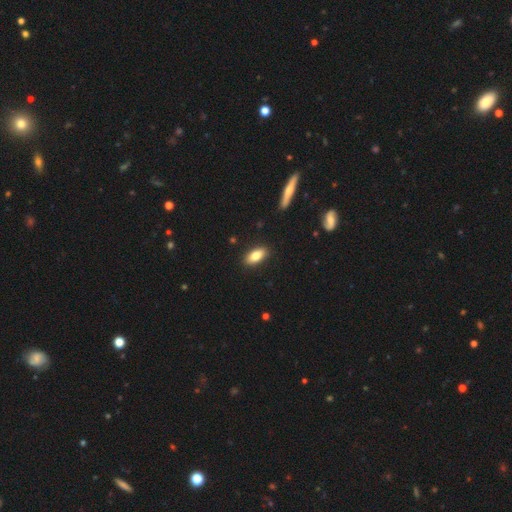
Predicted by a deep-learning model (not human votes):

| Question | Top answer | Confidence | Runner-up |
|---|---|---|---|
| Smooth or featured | smooth | 81% | featured or disk (12%) |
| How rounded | in between | 86% | cigar-shaped (11%) |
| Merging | none | 89% | minor disturbance (8%) |